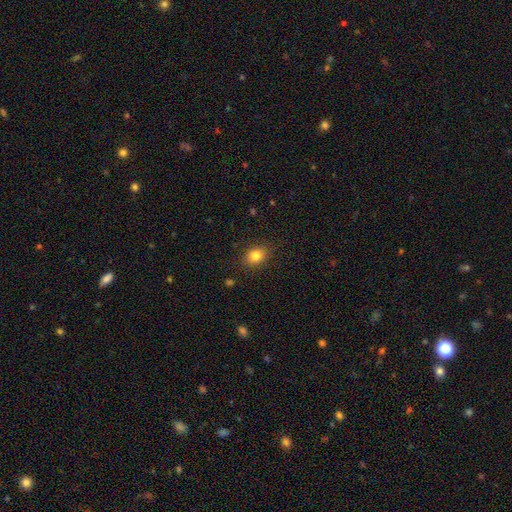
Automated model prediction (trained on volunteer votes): Smooth or featured: smooth — 83% (star or artifact — 10%)
How rounded: in between — 61% (round — 38%)
Merging: none — 86% (minor disturbance — 10%)